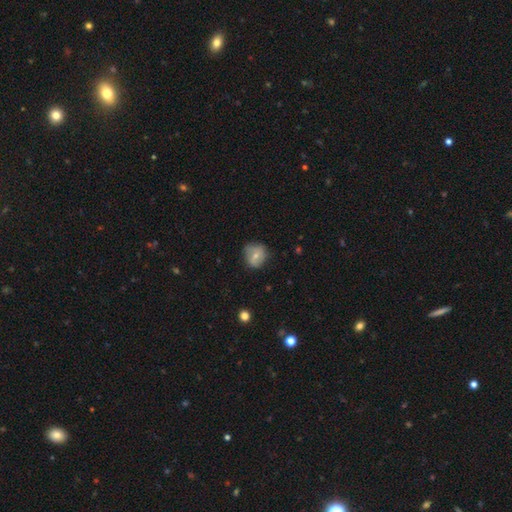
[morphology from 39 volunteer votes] Q: Smooth or featured?
A: smooth (62%); runner-up: featured or disk (31%)
Q: How rounded?
A: round (83%); runner-up: in between (17%)
Q: Merging?
A: none (72%); runner-up: minor disturbance (22%)